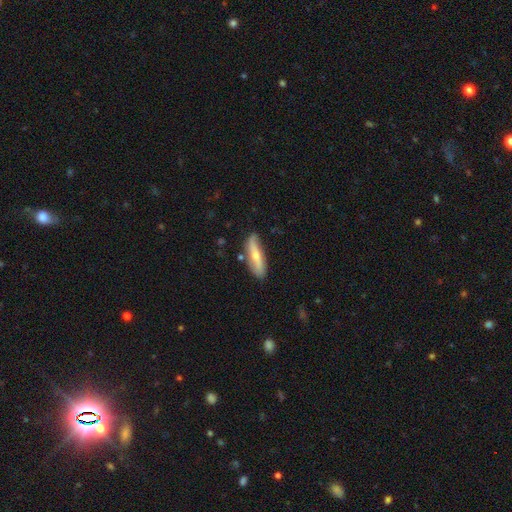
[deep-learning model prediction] Morphology: type=featured or disk (50%); merging=none (77%).